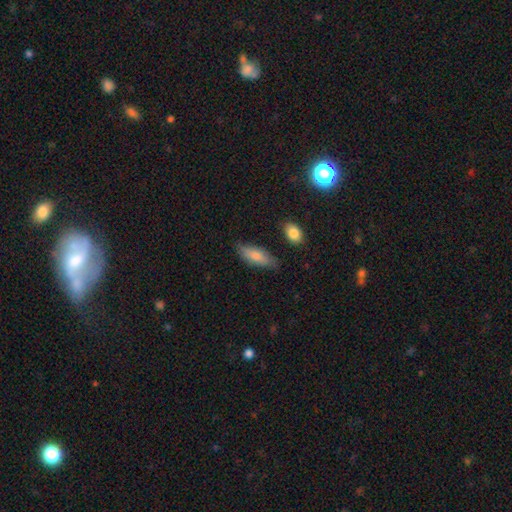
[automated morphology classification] smooth-or-featured: smooth: 77% | featured or disk: 17% | star or artifact: 6%
  how-rounded: in between: 68% | cigar-shaped: 30% | round: 2%
  merging: none: 73% | minor disturbance: 20% | major disturbance: 4% | merger: 3%